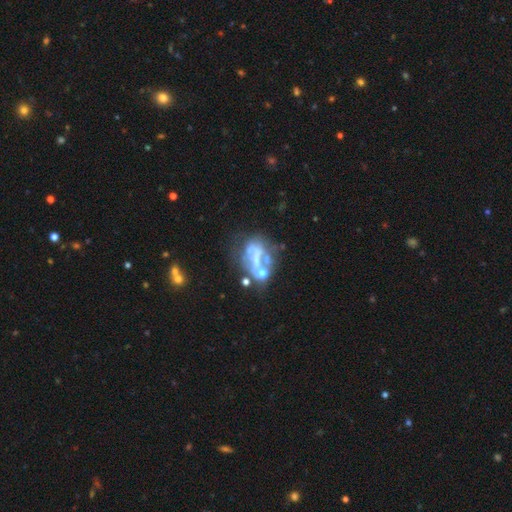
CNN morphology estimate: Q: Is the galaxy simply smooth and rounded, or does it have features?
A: featured or disk — 61%.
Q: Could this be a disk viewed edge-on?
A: no — 97%.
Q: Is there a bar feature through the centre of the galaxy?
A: no — 77%.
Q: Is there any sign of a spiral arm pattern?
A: no — 86%.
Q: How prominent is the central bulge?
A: none — 65%.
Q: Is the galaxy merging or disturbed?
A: merger — 30%, tied with major disturbance.